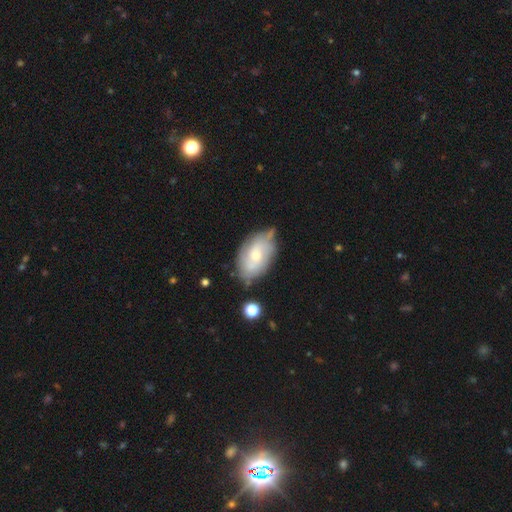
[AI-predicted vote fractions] A featured or disk galaxy (57%) with no bar (67%), spiral arms (78%) and a small central bulge (52%). Merging: none (58%).